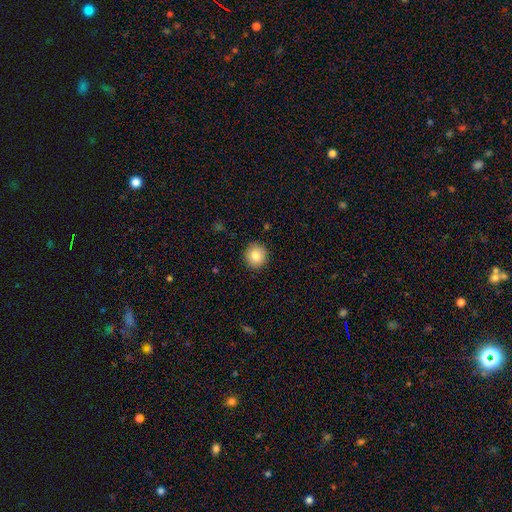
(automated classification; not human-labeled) Smooth or featured?
  - smooth: 84% *
  - star or artifact: 9%
  - featured or disk: 8%
How rounded?
  - round: 90% *
  - in between: 9%
  - cigar-shaped: 1%
Merging?
  - none: 90% *
  - minor disturbance: 7%
  - major disturbance: 2%
  - merger: 1%